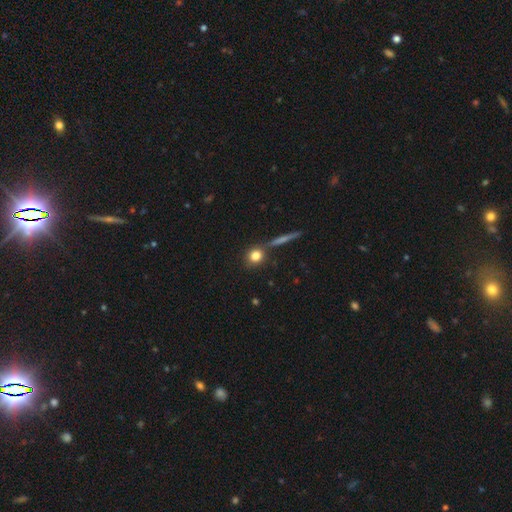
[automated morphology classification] The model was most divided on "merging": none: 76%, merger: 12%, minor disturbance: 9%, major disturbance: 3%. More confident: how rounded — round (85%); smooth or featured — smooth (79%).